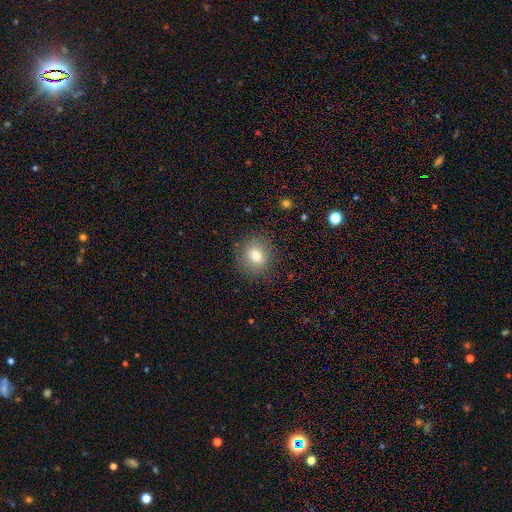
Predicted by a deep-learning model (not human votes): A smooth galaxy with no disk features (77%) that is round (56%). Merging: none (84%).